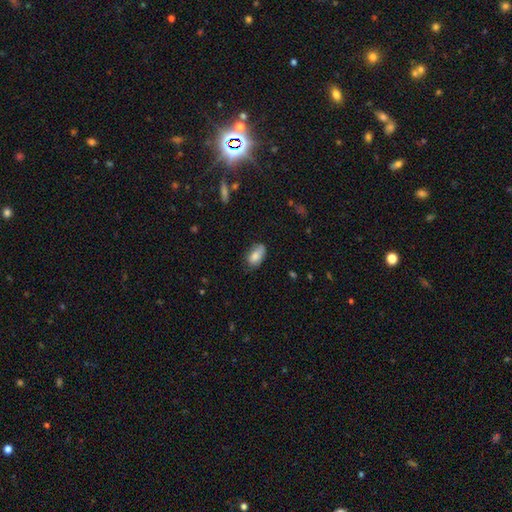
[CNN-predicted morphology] Smooth or featured? Predicted: smooth (p=0.79). How rounded? Predicted: in between (p=0.91). Merging? Predicted: none (p=0.55).